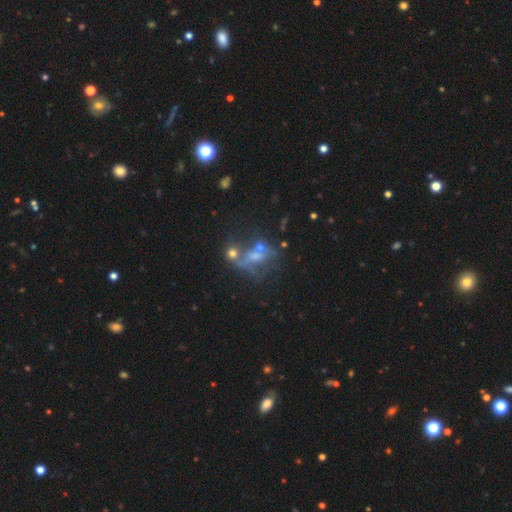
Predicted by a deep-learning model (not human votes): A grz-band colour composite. It shows a featured or disk galaxy (50%). Merging: merger (32%).